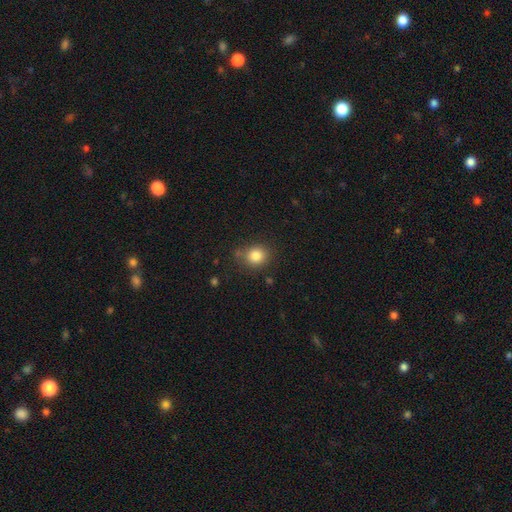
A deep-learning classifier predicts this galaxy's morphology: The model was most divided on "how rounded": round: 78%, in between: 21%, cigar-shaped: 1%. More confident: smooth or featured — smooth (83%); merging — none (79%).